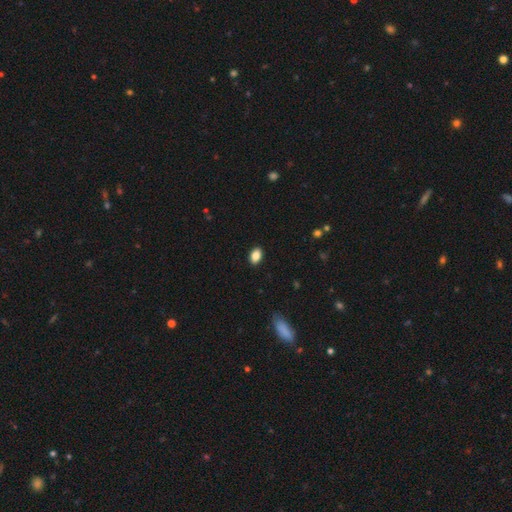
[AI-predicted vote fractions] smooth 86%, star or artifact 9%, featured or disk 5%. Down the decision tree: how rounded — in between (85%); merging — none (90%).